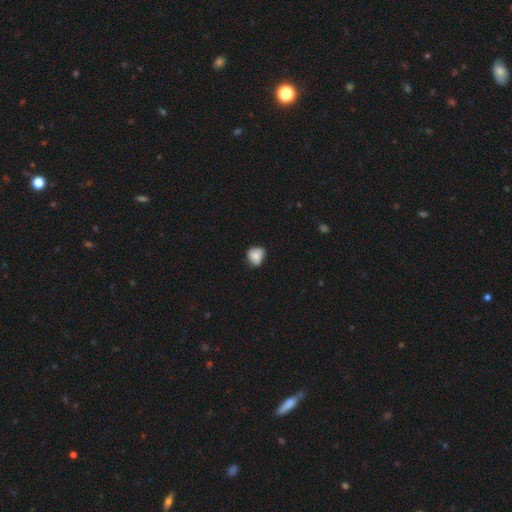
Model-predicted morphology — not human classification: smooth-or-featured: smooth: 78% | featured or disk: 14% | star or artifact: 8%
  how-rounded: round: 67% | in between: 32% | cigar-shaped: 1%
  merging: none: 60% | minor disturbance: 32% | major disturbance: 6% | merger: 2%